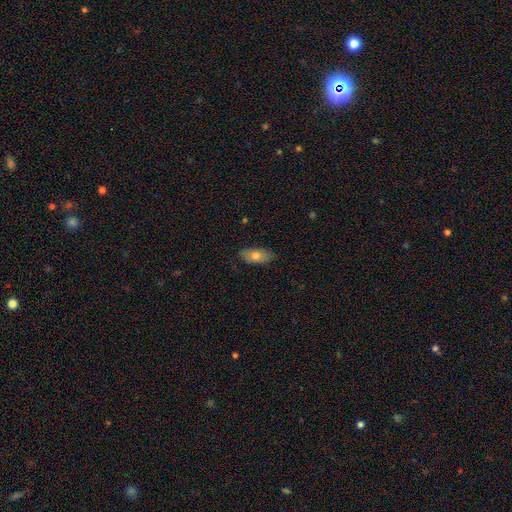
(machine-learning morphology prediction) This is likely a smooth galaxy (75%). How rounded: clearly in between (88%). Merging: clearly none (83%).